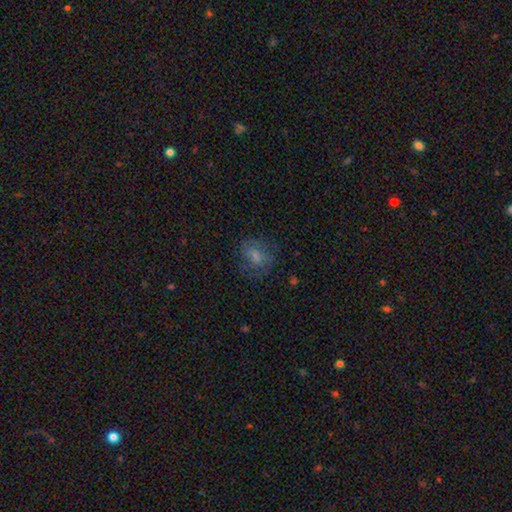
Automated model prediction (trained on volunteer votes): Smooth or featured? Predicted: smooth (p=0.62). How rounded? Predicted: round (p=0.54). Merging? Predicted: none (p=0.61).